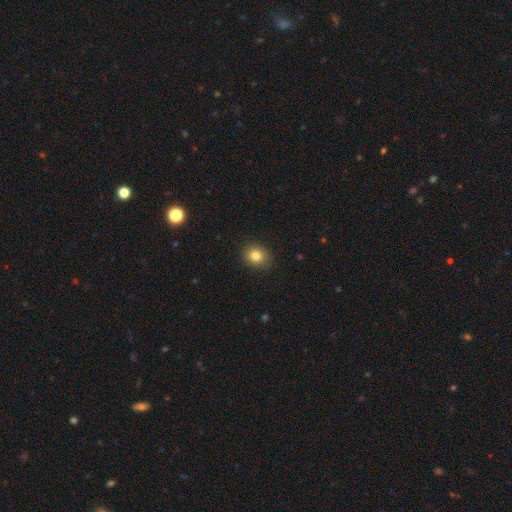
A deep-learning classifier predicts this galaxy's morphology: Smooth or featured? Predicted: smooth (p=0.82). How rounded? Predicted: round (p=0.61). Merging? Predicted: none (p=0.89).